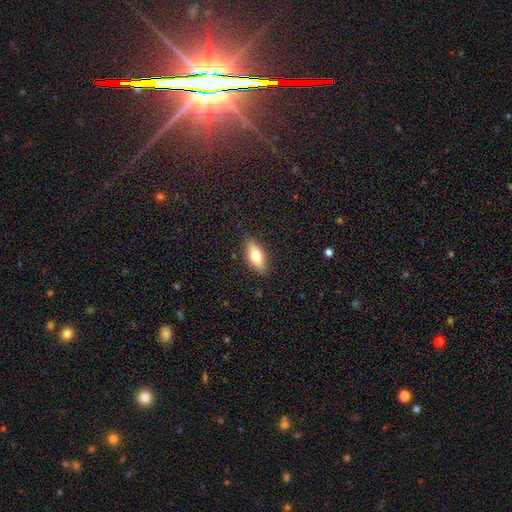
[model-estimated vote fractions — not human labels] Q: Smooth or featured?
A: smooth (70%); runner-up: featured or disk (23%)
Q: How rounded?
A: in between (78%); runner-up: cigar-shaped (18%)
Q: Merging?
A: none (87%); runner-up: minor disturbance (10%)